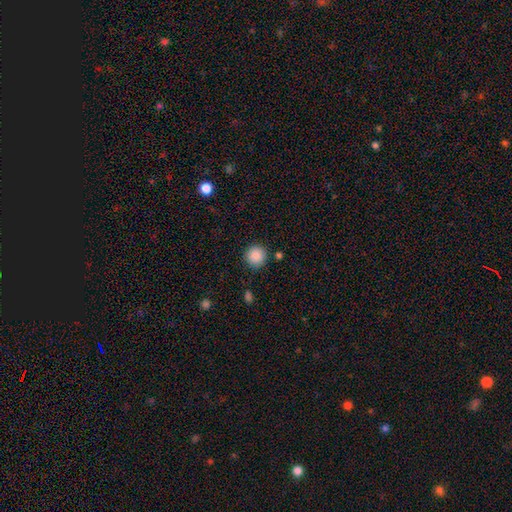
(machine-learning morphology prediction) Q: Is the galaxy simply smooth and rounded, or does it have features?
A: smooth — 88%.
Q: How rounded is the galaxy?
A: round — 95%.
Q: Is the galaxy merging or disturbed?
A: none — 88%.